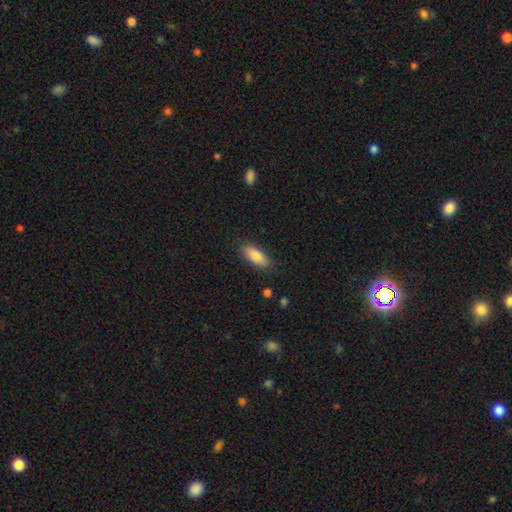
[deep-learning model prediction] The model was most divided on "how rounded": in between: 72%, cigar-shaped: 26%, round: 2%. More confident: merging — none (86%); smooth or featured — smooth (84%).